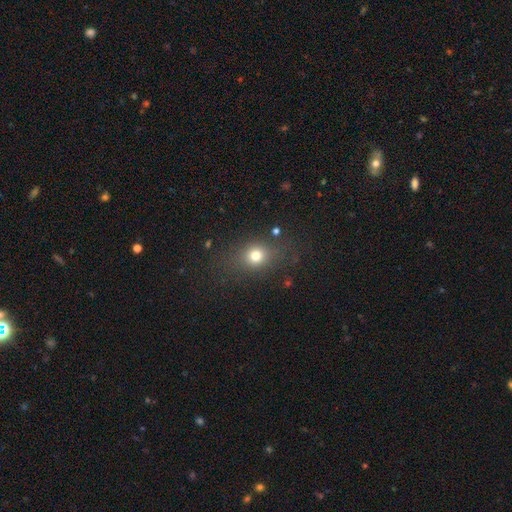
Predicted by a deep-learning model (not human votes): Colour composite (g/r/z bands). It shows a smooth galaxy with no disk features (74%) that is round (60%). Merging: none (76%).